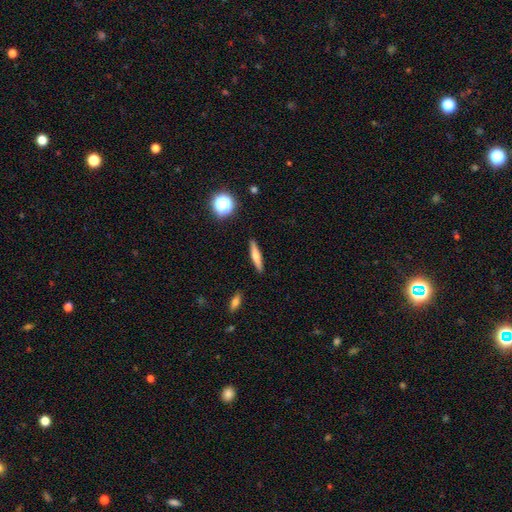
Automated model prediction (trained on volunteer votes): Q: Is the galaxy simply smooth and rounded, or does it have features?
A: smooth — 52%.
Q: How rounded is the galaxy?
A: cigar-shaped — 84%.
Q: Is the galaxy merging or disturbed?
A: none — 90%.